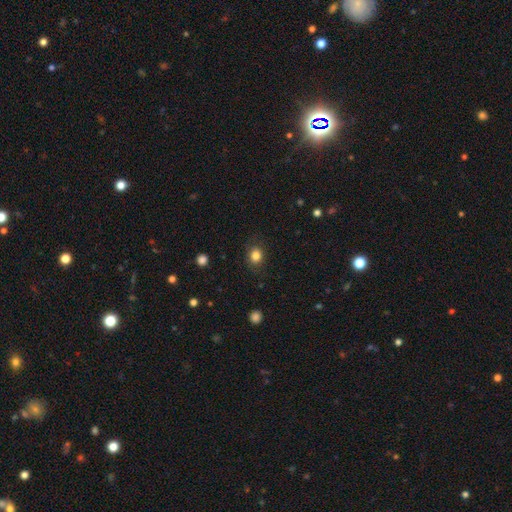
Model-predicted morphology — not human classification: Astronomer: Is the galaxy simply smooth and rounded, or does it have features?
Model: smooth — 84%.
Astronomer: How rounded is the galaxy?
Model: round — 60% (runner-up: in between, 39%).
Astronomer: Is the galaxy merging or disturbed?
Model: none — 82%.